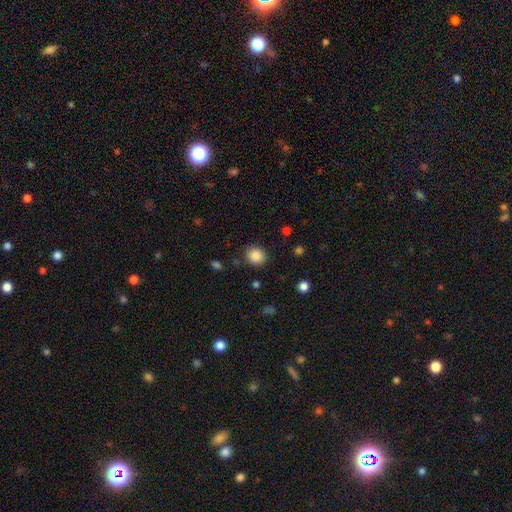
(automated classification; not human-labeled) A smooth galaxy with no disk features (87%) that is round (81%). Merging: none (87%).